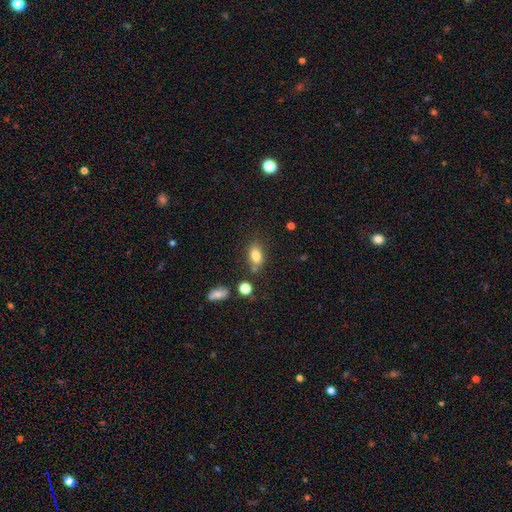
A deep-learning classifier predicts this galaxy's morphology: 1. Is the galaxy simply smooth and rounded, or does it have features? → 80% smooth, 10% featured or disk, 10% star or artifact.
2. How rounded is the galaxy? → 83% in between, 14% round, 3% cigar-shaped.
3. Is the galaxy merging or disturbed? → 68% none, 17% minor disturbance, 11% merger, 5% major disturbance.